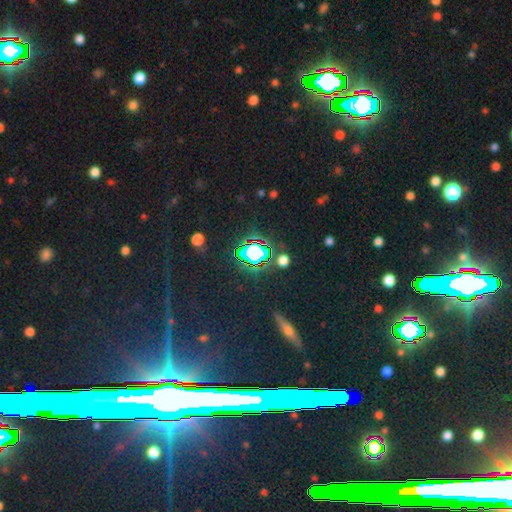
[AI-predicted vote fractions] Smooth or featured?
  - star or artifact: 81% *
  - featured or disk: 10%
  - smooth: 9%